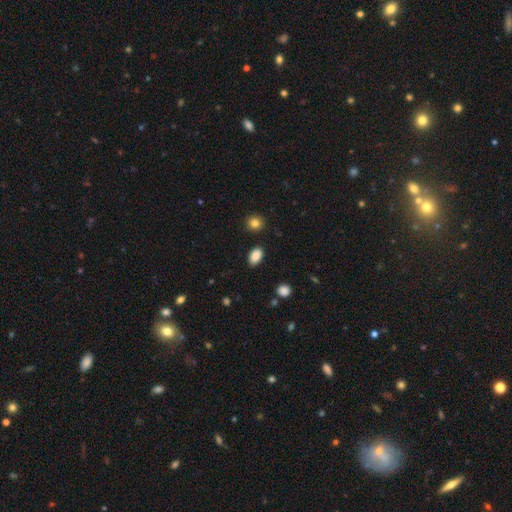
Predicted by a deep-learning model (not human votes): Smooth or featured?
  - smooth: 88% *
  - star or artifact: 8%
  - featured or disk: 4%
How rounded?
  - in between: 89% *
  - round: 10%
  - cigar-shaped: 2%
Merging?
  - none: 88% *
  - minor disturbance: 8%
  - major disturbance: 2%
  - merger: 2%